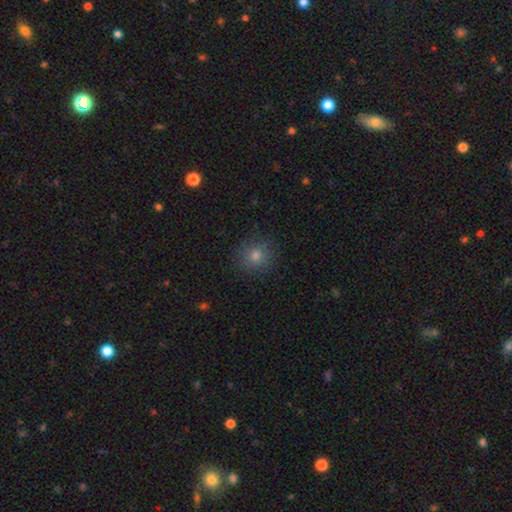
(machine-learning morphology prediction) Q: Smooth or featured?
A: smooth (77%); runner-up: star or artifact (16%)
Q: How rounded?
A: round (89%); runner-up: in between (10%)
Q: Merging?
A: none (88%); runner-up: minor disturbance (8%)